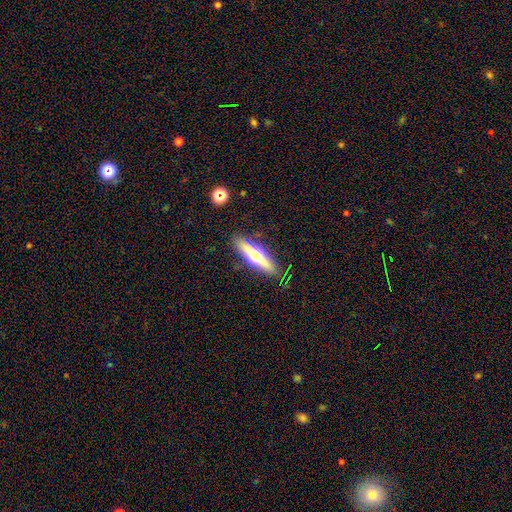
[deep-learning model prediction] Q: Smooth or featured?
A: featured or disk (57%); runner-up: smooth (36%)
Q: Edge-on disk?
A: yes (92%); runner-up: no (8%)
Q: Edge-on bulge?
A: rounded (93%); runner-up: boxy (3%)
Q: Merging?
A: none (87%); runner-up: minor disturbance (9%)